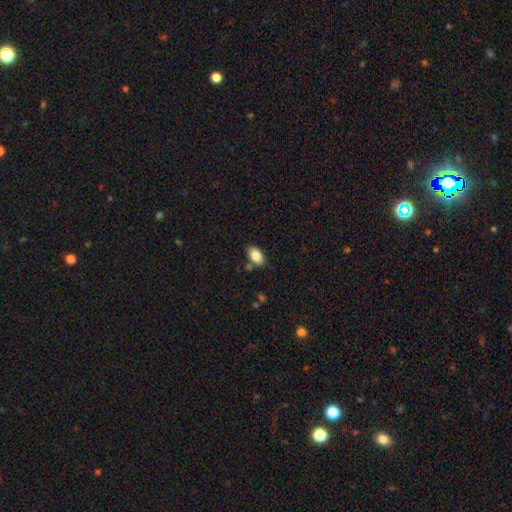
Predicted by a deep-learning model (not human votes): This is clearly a smooth galaxy (83%). How rounded: clearly in between (92%). Merging: clearly none (81%).